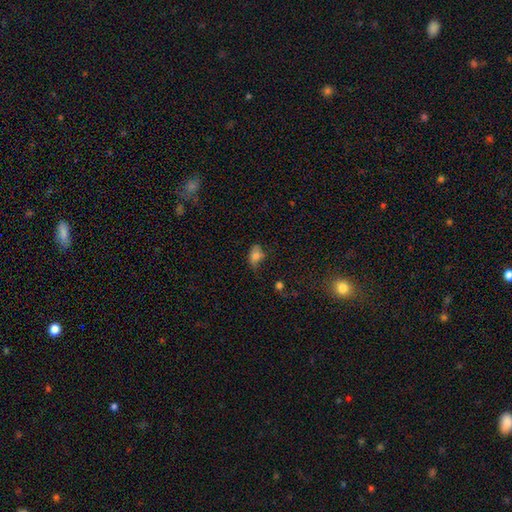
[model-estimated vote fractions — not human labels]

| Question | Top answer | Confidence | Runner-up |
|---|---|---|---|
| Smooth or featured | smooth | 76% | featured or disk (13%) |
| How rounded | in between | 80% | round (18%) |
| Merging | none | 42% | minor disturbance (38%) |